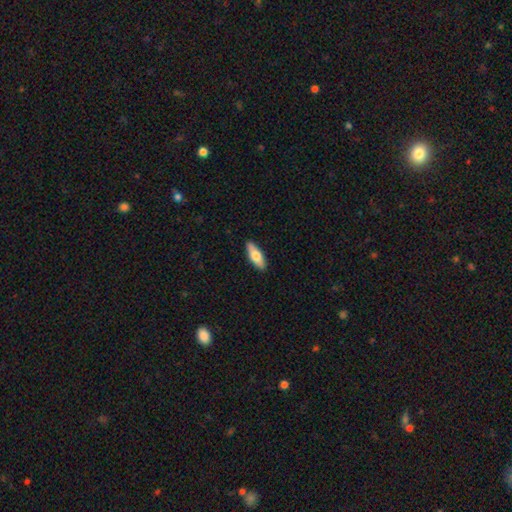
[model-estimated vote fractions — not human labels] Q: Smooth or featured?
A: smooth (70%); runner-up: featured or disk (25%)
Q: How rounded?
A: in between (65%); runner-up: cigar-shaped (33%)
Q: Merging?
A: none (89%); runner-up: minor disturbance (8%)